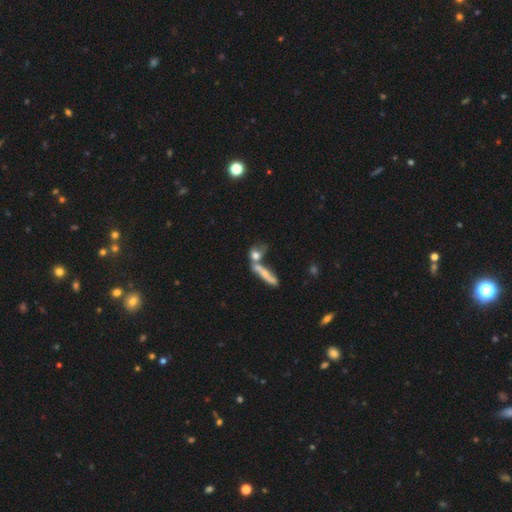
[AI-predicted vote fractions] smooth-or-featured: smooth: 44% | featured or disk: 37% | star or artifact: 20%
  merging: none: 44% | merger: 39% | minor disturbance: 10% | major disturbance: 7%